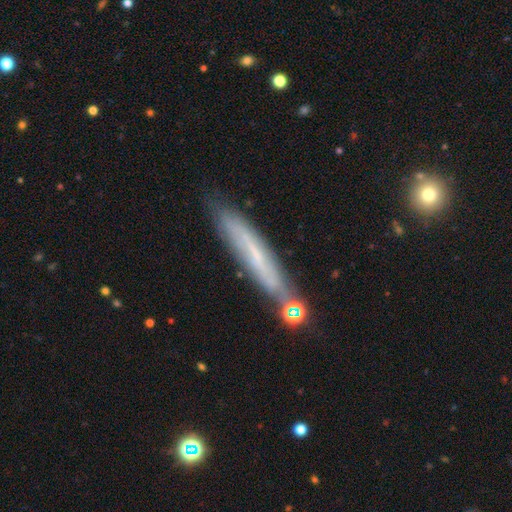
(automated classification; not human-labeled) The model was most divided on "smooth or featured": featured or disk: 52%, smooth: 39%, star or artifact: 8%. More confident: edge-on disk — yes (72%); merging — none (70%).